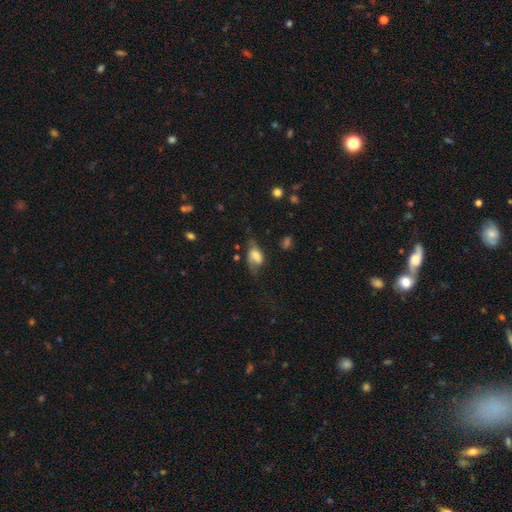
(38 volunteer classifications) Volunteers were most divided on "merging": major disturbance: 43%, none: 27%, minor disturbance: 24%, merger: 5%. More confident: how rounded — in between (92%); smooth or featured — smooth (63%).